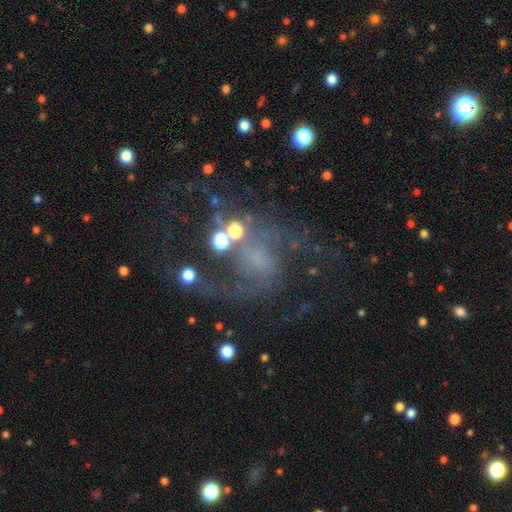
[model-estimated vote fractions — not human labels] smooth-or-featured: featured or disk: 77% | star or artifact: 13% | smooth: 9%
  disk-edge-on: no: 98% | yes: 2%
    bar: no: 50% | weak: 37% | strong: 13%
    has-spiral-arms: yes: 94% | no: 6%
      spiral-winding: medium: 52% | loose: 34% | tight: 15%
      spiral-arm-count: 2: 82% | can't tell: 6% | 3: 4% | 1: 4% | 4: 2% | more than 4: 2%
    bulge-size: small: 35% | none: 33% | moderate: 24% | large: 6% | dominant: 2%
  merging: none: 58% | major disturbance: 19% | minor disturbance: 17% | merger: 6%